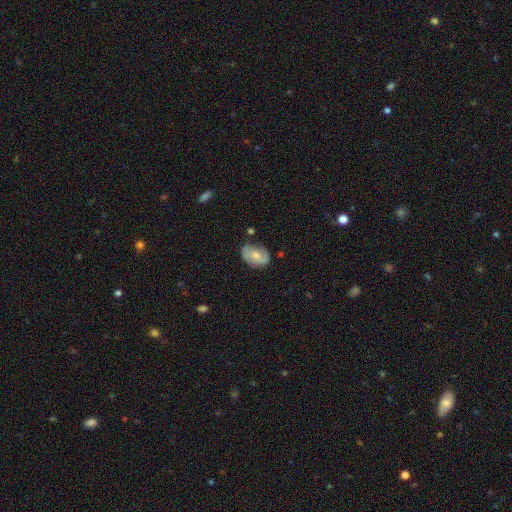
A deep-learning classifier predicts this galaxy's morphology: The model was most divided on "smooth or featured": featured or disk: 52%, smooth: 41%, star or artifact: 7%. More confident: edge-on disk — no (96%); merging — none (68%).